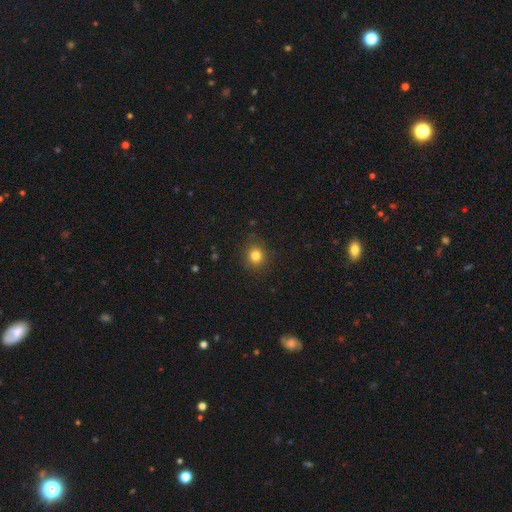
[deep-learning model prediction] Smooth or featured? smooth (81%)
How rounded? round (83%)
Merging? none (86%)